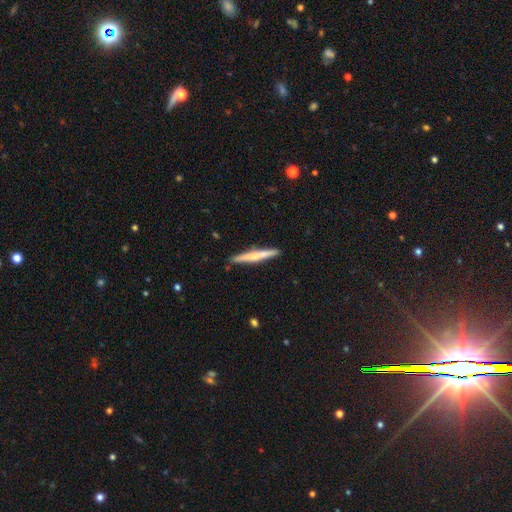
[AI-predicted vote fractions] Smooth or featured: smooth — 49% (featured or disk — 45%)
Merging: none — 90% (minor disturbance — 7%)